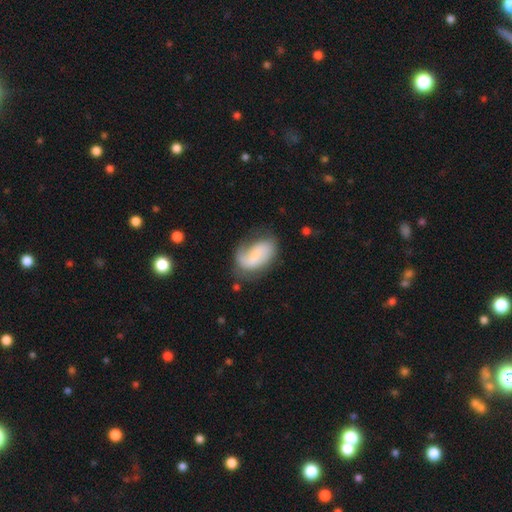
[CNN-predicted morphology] Q: Smooth or featured?
A: smooth (46%); tied with: featured or disk (46%)
Q: Merging?
A: none (49%); runner-up: minor disturbance (28%)